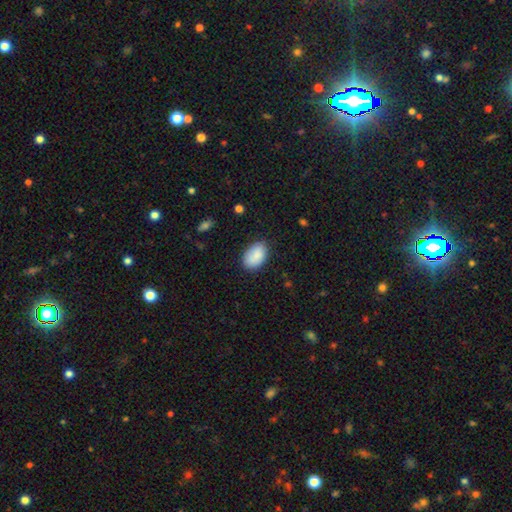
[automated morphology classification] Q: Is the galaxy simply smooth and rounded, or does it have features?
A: smooth — 88%.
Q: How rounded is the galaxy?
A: in between — 90%.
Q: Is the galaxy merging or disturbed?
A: none — 80%.